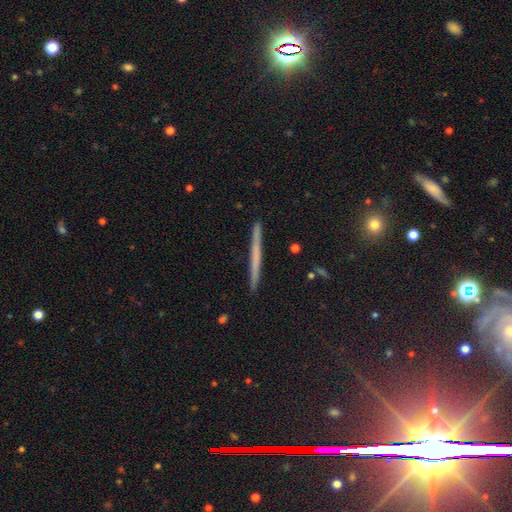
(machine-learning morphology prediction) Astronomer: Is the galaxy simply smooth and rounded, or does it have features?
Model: smooth — 47% (runner-up: featured or disk, 44%).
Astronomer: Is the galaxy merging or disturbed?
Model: none — 91%.